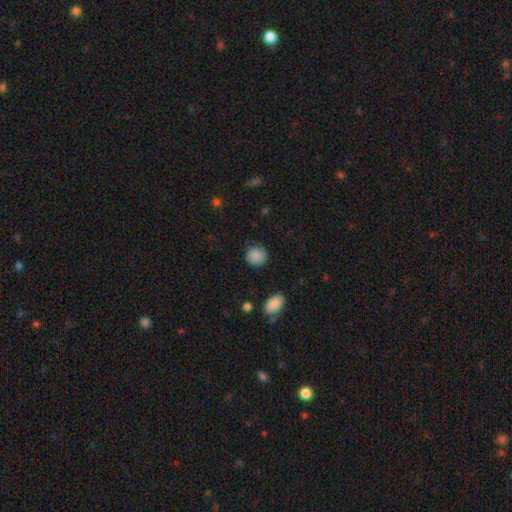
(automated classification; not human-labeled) smooth 87%, star or artifact 8%, featured or disk 5%. Down the decision tree: how rounded — round (87%); merging — none (85%).